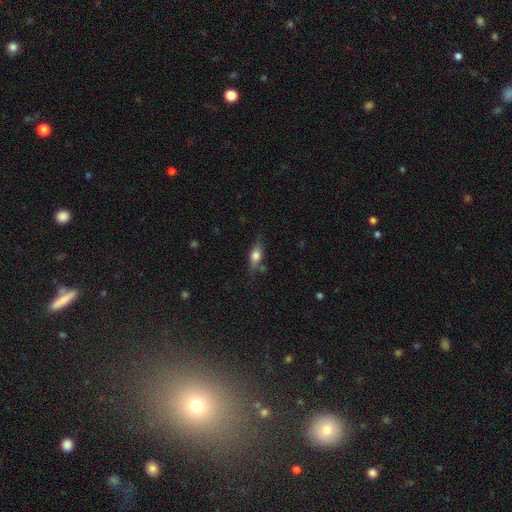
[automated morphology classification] This is likely a smooth galaxy (65%). How rounded: likely in between (69%). Merging: likely none (67%).